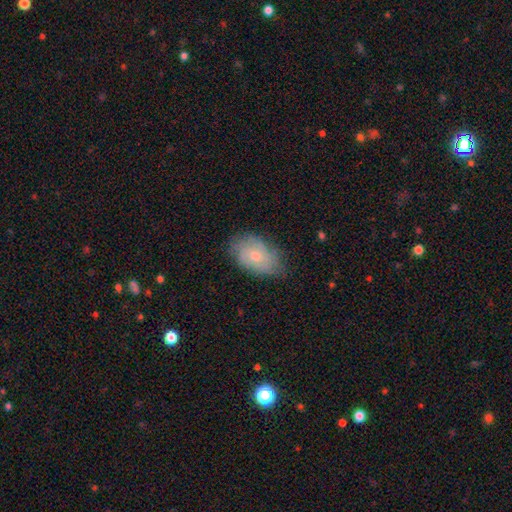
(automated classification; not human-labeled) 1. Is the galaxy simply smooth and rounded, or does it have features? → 48% featured or disk, 44% smooth, 8% star or artifact.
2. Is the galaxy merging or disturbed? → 72% none, 22% minor disturbance, 5% major disturbance, 1% merger.